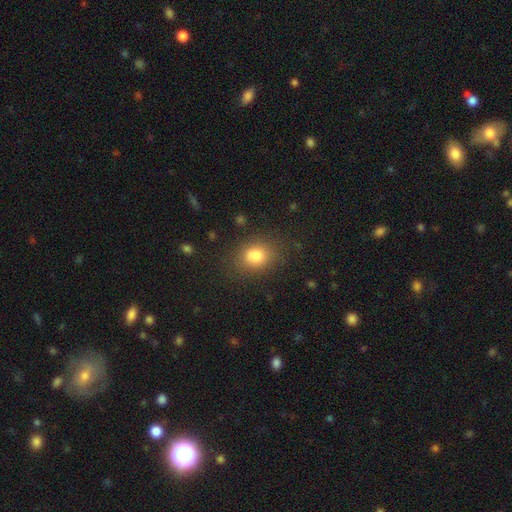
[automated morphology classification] Smooth or featured?
  - smooth: 79% *
  - star or artifact: 12%
  - featured or disk: 9%
How rounded?
  - round: 57% *
  - in between: 42%
  - cigar-shaped: 1%
Merging?
  - none: 74% *
  - minor disturbance: 16%
  - major disturbance: 6%
  - merger: 5%